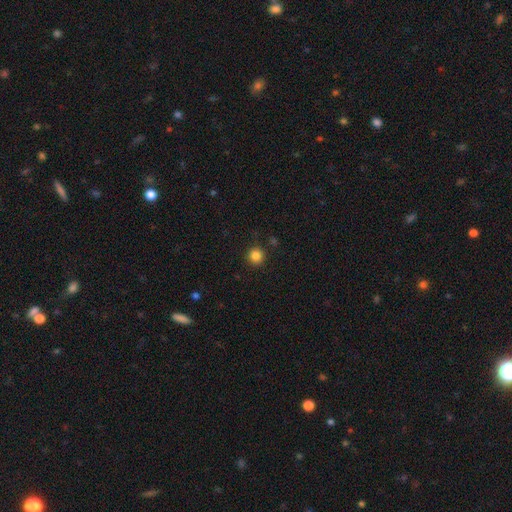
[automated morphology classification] Smooth or featured: smooth — 84% (star or artifact — 12%)
How rounded: round — 95% (in between — 4%)
Merging: none — 90% (minor disturbance — 6%)